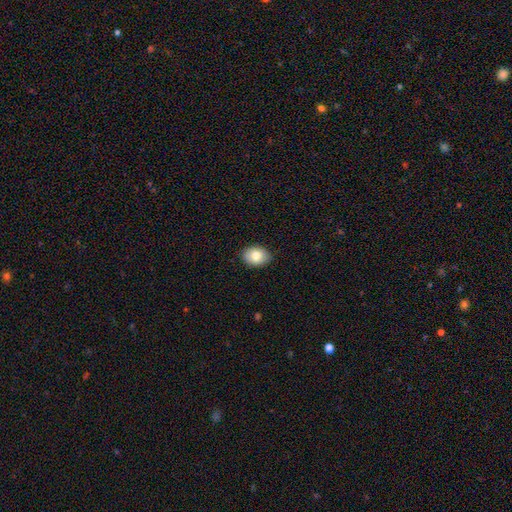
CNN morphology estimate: Smooth or featured? smooth (80%)
How rounded? in between (72%)
Merging? none (88%)